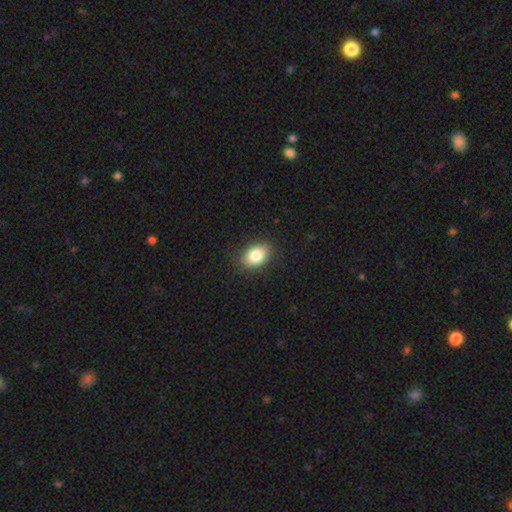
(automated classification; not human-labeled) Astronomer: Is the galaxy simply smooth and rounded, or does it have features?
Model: smooth — 83%.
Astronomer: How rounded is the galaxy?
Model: in between — 82%.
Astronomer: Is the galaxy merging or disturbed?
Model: none — 87%.